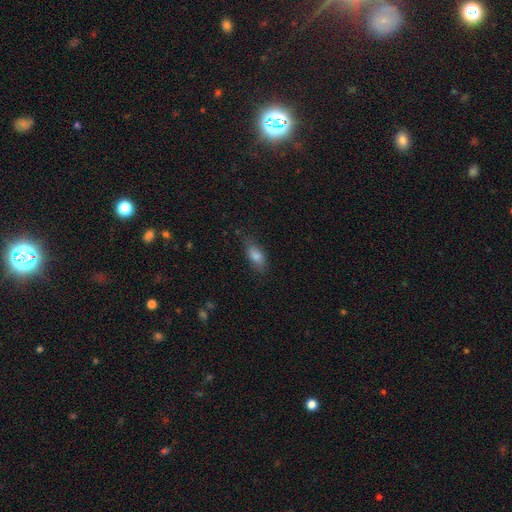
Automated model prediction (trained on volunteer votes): smooth-or-featured: smooth: 81% | featured or disk: 11% | star or artifact: 8%
  how-rounded: in between: 80% | cigar-shaped: 16% | round: 3%
  merging: none: 75% | minor disturbance: 19% | major disturbance: 5% | merger: 1%